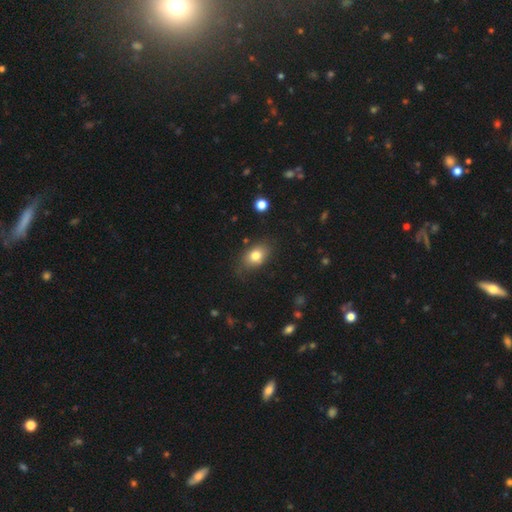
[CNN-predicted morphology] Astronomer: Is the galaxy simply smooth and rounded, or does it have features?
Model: smooth — 79%.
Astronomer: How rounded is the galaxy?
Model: in between — 77%.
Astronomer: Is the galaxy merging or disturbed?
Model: none — 77%.